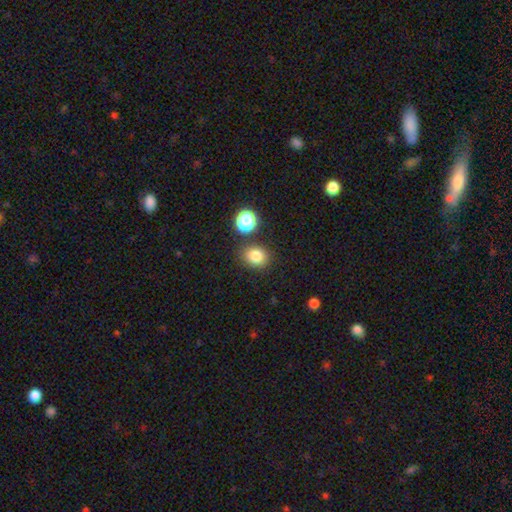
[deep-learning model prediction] Smooth or featured?
  - smooth: 82% *
  - star or artifact: 12%
  - featured or disk: 6%
How rounded?
  - round: 58% *
  - in between: 41%
  - cigar-shaped: 1%
Merging?
  - none: 81% *
  - minor disturbance: 10%
  - merger: 6%
  - major disturbance: 3%